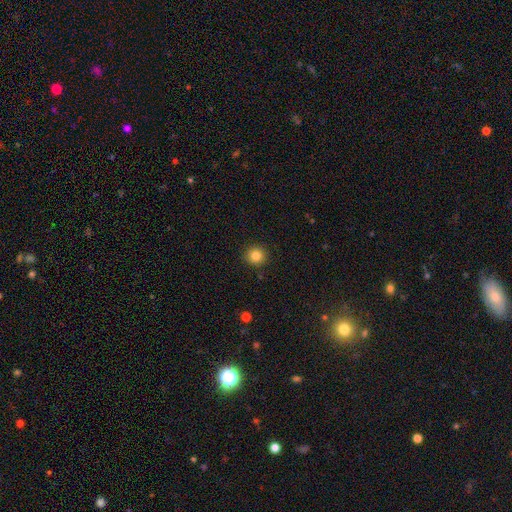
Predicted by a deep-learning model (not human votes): Morphology: type=smooth (83%); roundness=round (93%); merging=none (91%).